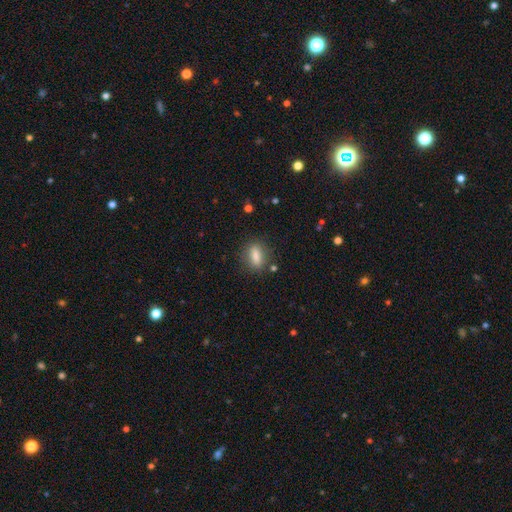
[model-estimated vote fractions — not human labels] Smooth or featured? smooth (79%)
How rounded? in between (61%)
Merging? none (84%)